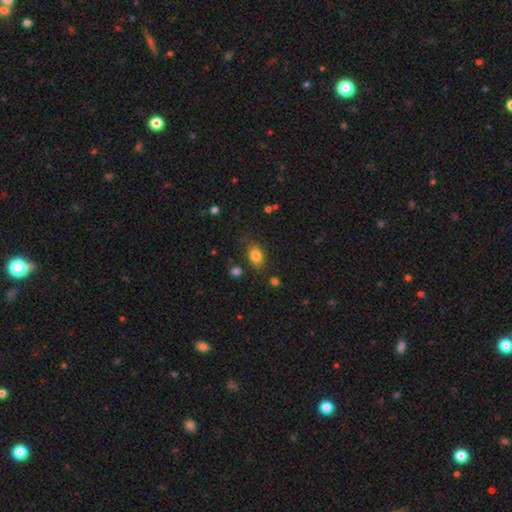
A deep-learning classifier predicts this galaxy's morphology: Smooth or featured: smooth — 82% (star or artifact — 10%)
How rounded: in between — 82% (round — 16%)
Merging: none — 76% (minor disturbance — 16%)